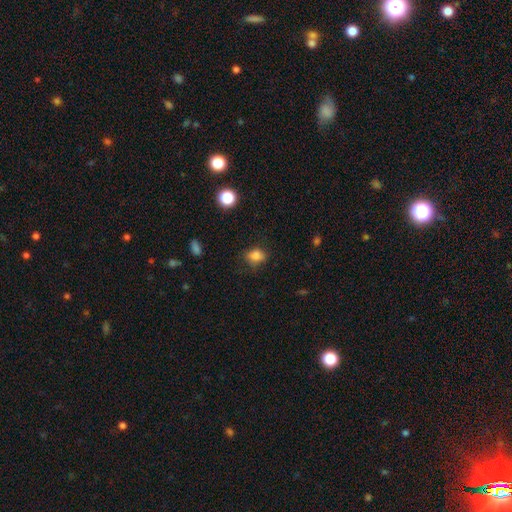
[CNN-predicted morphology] Smooth or featured?
  - smooth: 83% *
  - star or artifact: 12%
  - featured or disk: 5%
How rounded?
  - in between: 52% *
  - round: 47%
  - cigar-shaped: 1%
Merging?
  - none: 72% *
  - minor disturbance: 20%
  - major disturbance: 6%
  - merger: 2%